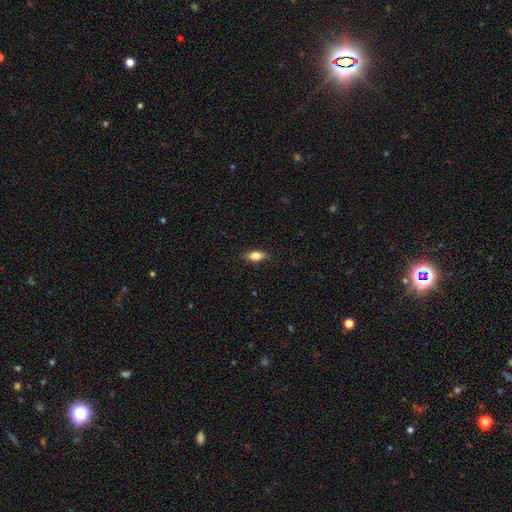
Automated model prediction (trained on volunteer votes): Q: Smooth or featured?
A: smooth (74%); runner-up: featured or disk (18%)
Q: How rounded?
A: in between (80%); runner-up: cigar-shaped (16%)
Q: Merging?
A: none (87%); runner-up: minor disturbance (9%)